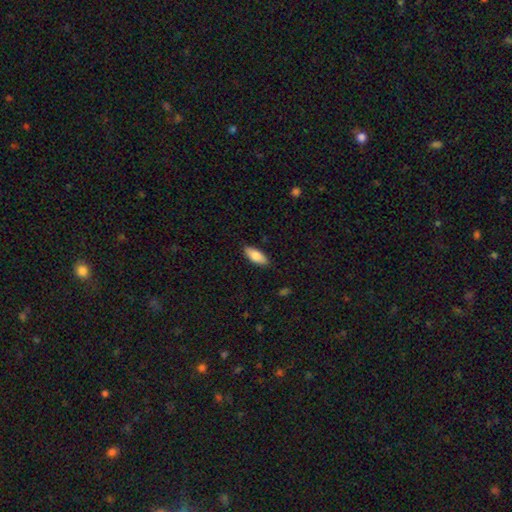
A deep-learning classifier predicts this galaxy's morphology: This appears to be a smooth galaxy with no disk features (80%) that is in between round and cigar-shaped (79%). Merging: none (86%).